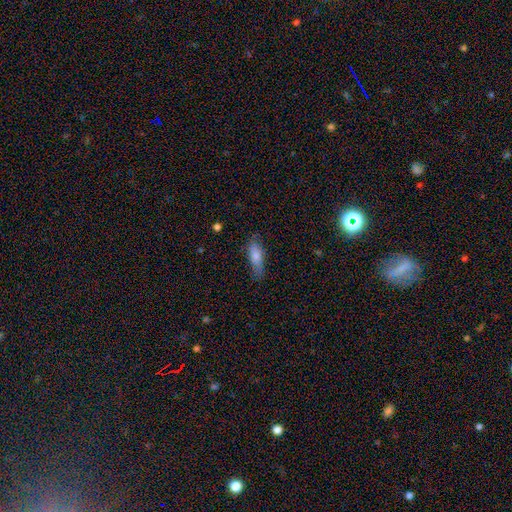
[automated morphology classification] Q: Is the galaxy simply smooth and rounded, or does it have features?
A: smooth — 75%.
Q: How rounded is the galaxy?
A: in between — 67%.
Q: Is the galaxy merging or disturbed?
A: none — 65%.